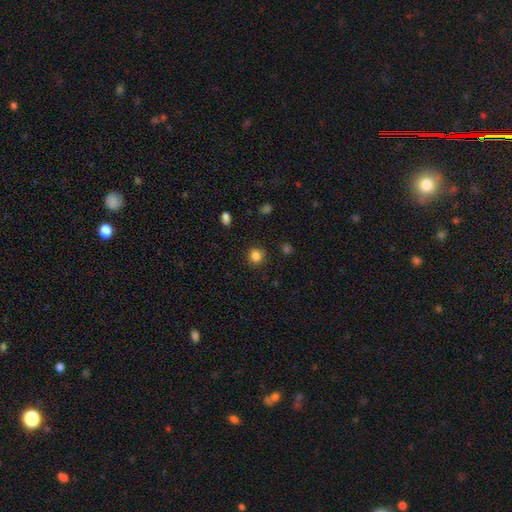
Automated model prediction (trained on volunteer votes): Morphology: type=smooth (84%); roundness=round (89%); merging=none (89%).